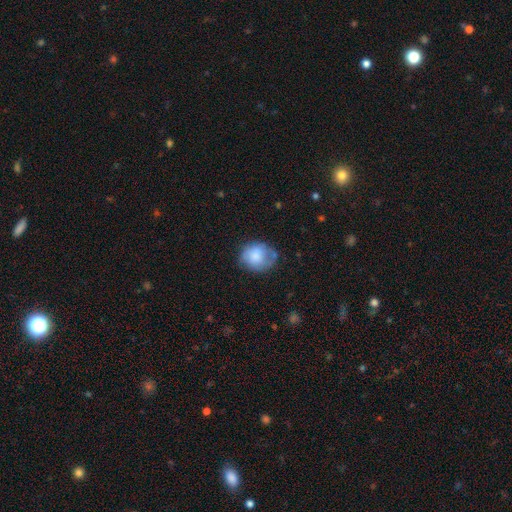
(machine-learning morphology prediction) Smooth or featured? smooth (74%)
How rounded? round (68%)
Merging? none (59%)